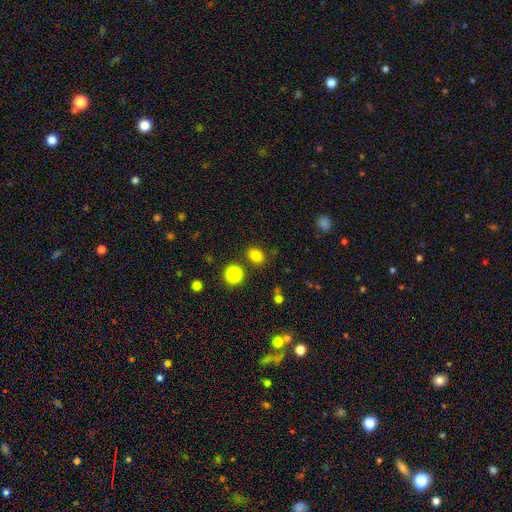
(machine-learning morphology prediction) Overall: smooth (81%). How rounded: in between (54%; round 45%). Merging: none (81%).